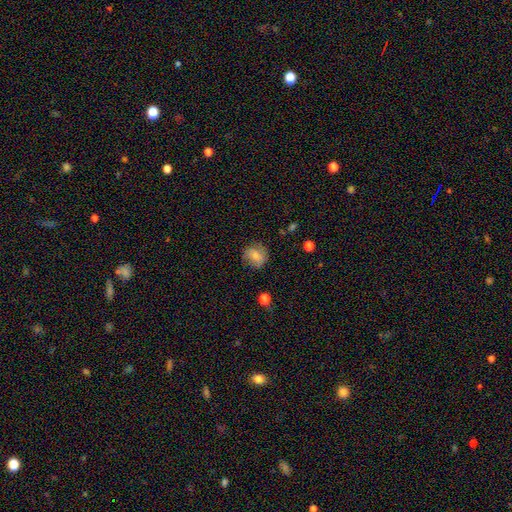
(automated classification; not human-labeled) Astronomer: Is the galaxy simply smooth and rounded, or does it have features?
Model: smooth — 70%.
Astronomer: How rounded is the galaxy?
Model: round — 79%.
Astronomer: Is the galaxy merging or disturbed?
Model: none — 75%.